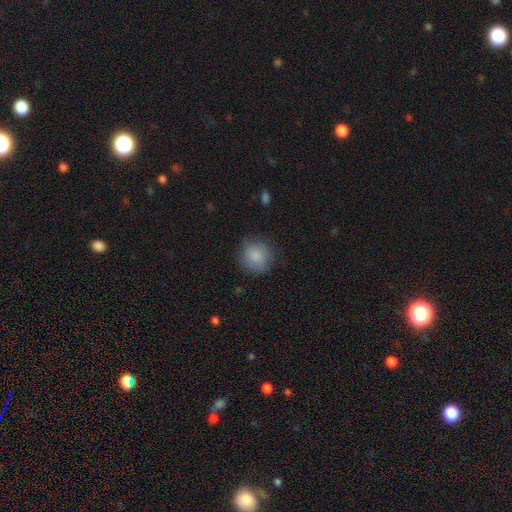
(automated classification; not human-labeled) smooth 84%, featured or disk 9%, star or artifact 7%. Down the decision tree: how rounded — round (87%); merging — none (76%).